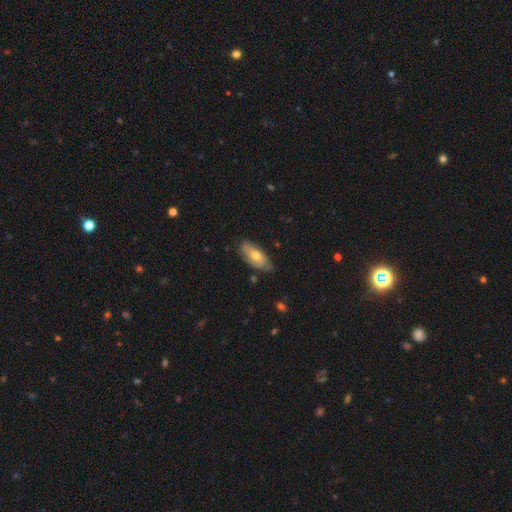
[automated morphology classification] smooth_or_featured: smooth (p=0.57) [alt: featured or disk p=0.37]
how_rounded: in between (p=0.84) [alt: cigar-shaped p=0.13]
merging: none (p=0.69) [alt: minor disturbance p=0.25]